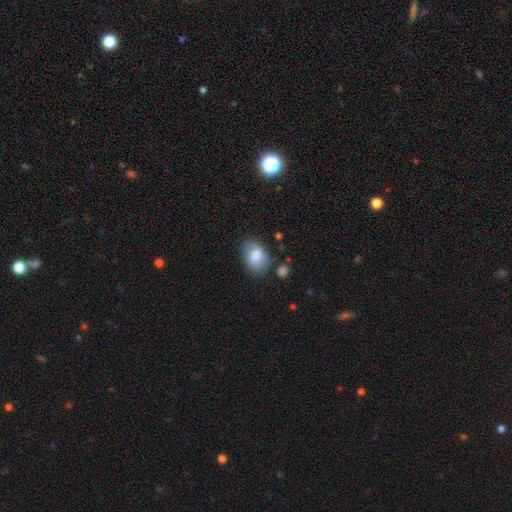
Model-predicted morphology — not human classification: Smooth or featured? Predicted: smooth (p=0.82). How rounded? Predicted: in between (p=0.81). Merging? Predicted: none (p=0.76).